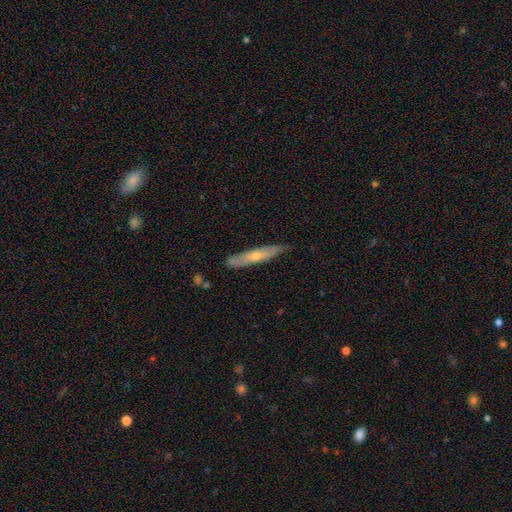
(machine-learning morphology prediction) smooth_or_featured: featured or disk (p=0.50) [alt: smooth p=0.44]
disk_edge_on: yes (p=0.78) [alt: no p=0.22]
merging: none (p=0.81) [alt: minor disturbance p=0.15]